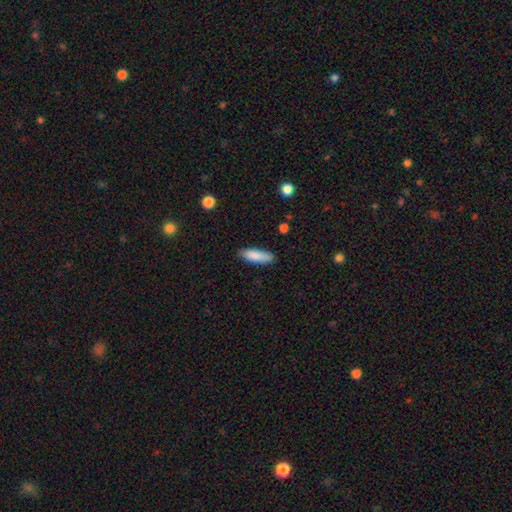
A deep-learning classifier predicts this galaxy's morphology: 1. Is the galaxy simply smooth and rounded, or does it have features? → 86% smooth, 8% featured or disk, 6% star or artifact.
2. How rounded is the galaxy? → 49% cigar-shaped (tied), 49% in between (tied), 2% round.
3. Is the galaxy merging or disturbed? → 84% none, 13% minor disturbance, 2% major disturbance, 1% merger.